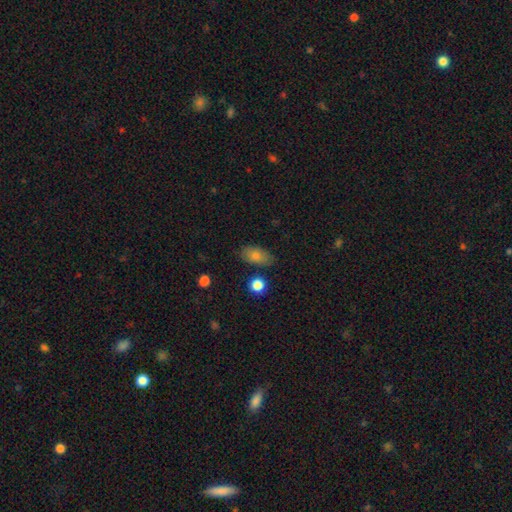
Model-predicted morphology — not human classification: Smooth or featured? Predicted: smooth (p=0.74). How rounded? Predicted: in between (p=0.85). Merging? Predicted: none (p=0.80).